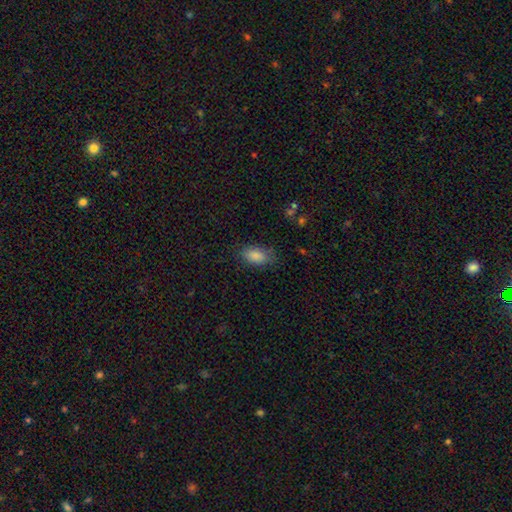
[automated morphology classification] Overall: smooth (87%). How rounded: in between (91%). Merging: none (79%).